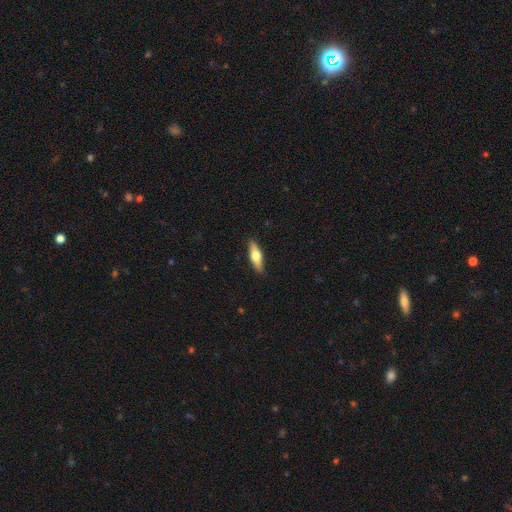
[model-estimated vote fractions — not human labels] Morphology: type=smooth (52%); roundness=cigar-shaped (58%); merging=none (88%).